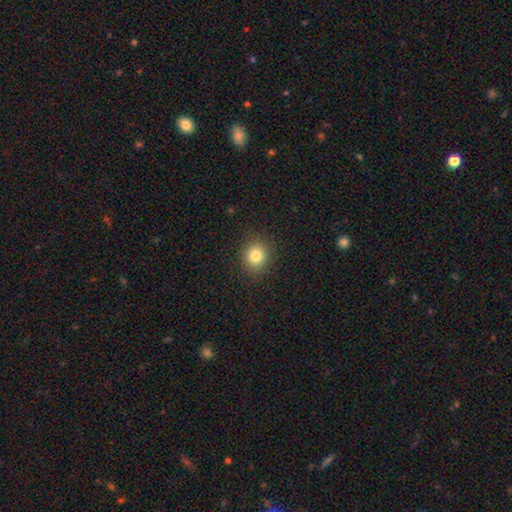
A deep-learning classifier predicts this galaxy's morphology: The model was most divided on "how rounded": round: 82%, in between: 17%, cigar-shaped: 1%. More confident: merging — none (90%); smooth or featured — smooth (81%).